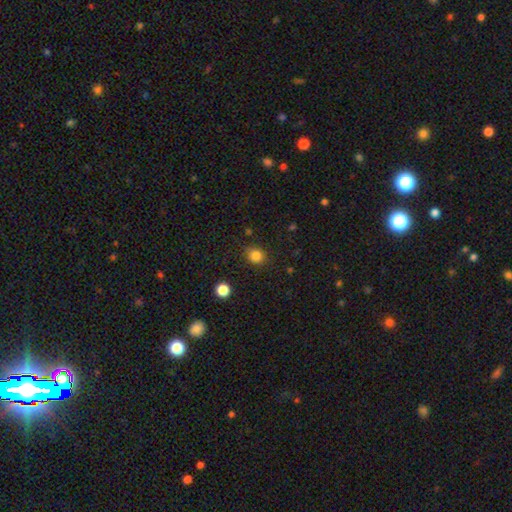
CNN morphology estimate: This appears to be a smooth galaxy with no disk features (84%) that is round (82%). Merging: none (85%).